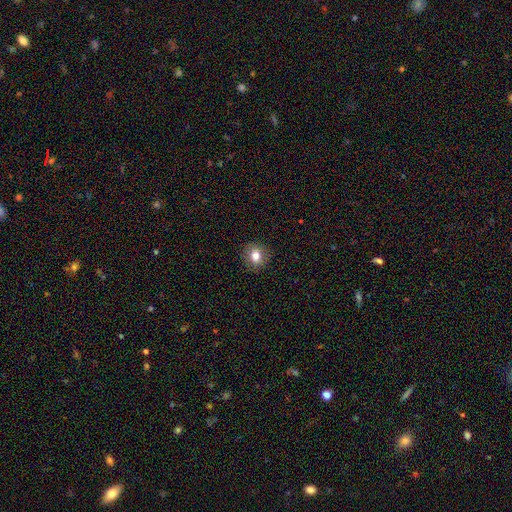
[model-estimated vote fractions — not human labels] The model was most divided on "how rounded": round: 78%, in between: 21%, cigar-shaped: 1%. More confident: merging — none (89%); smooth or featured — smooth (79%).